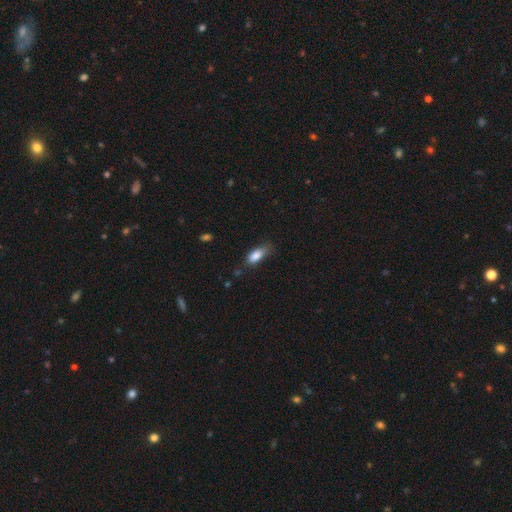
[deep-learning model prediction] A smooth galaxy with no disk features (84%) that is in between round and cigar-shaped (81%).

Vote fractions:
- Smooth or featured? smooth: 84% / featured or disk: 8% / star or artifact: 8%
- How rounded? in between: 81% / cigar-shaped: 17% / round: 3%
- Merging? none: 57% / minor disturbance: 32% / major disturbance: 9% / merger: 2%